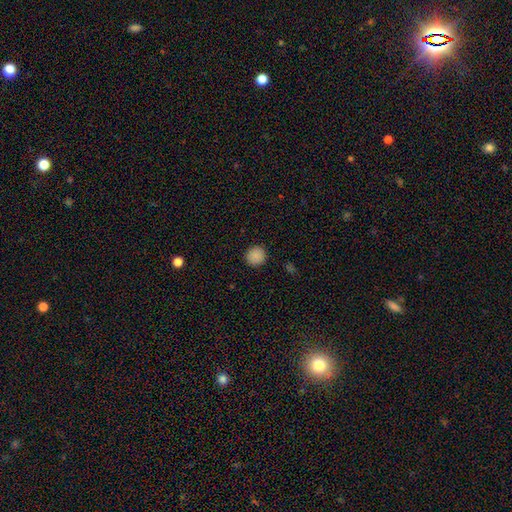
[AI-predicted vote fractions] This appears to be a smooth galaxy with no disk features (88%) that is round (93%). Merging: none (92%).